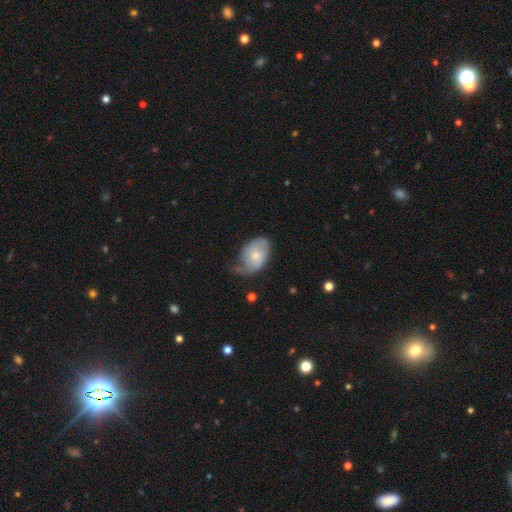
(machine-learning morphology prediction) Overall: smooth (58%; featured or disk 36%). How rounded: in between (84%). Merging: minor disturbance (41%; none 30%).